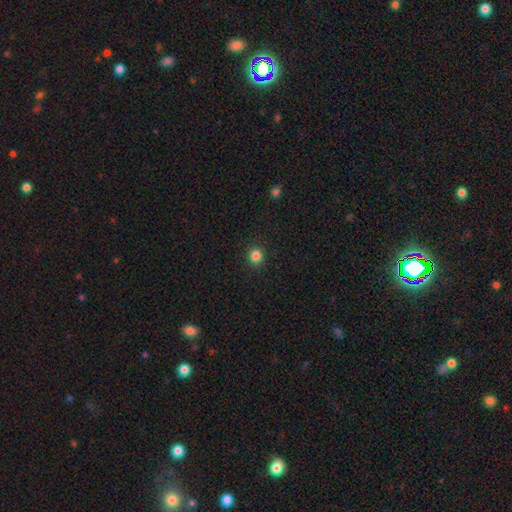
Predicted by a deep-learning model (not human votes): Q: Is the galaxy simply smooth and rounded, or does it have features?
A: smooth — 84%.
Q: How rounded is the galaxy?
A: round — 86%.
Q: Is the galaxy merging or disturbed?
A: none — 91%.